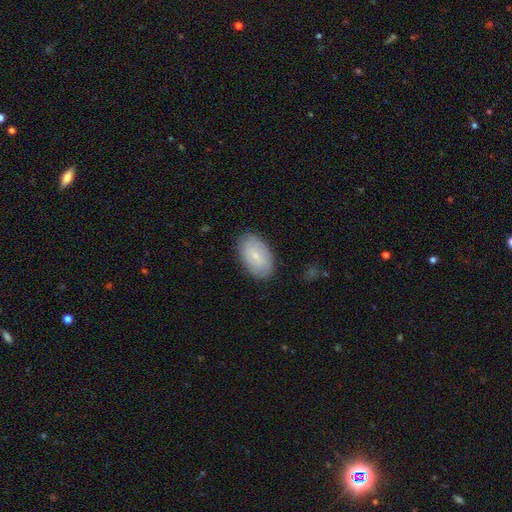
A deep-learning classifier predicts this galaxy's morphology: The model was most divided on "smooth or featured": smooth: 65%, featured or disk: 28%, star or artifact: 7%. More confident: how rounded — in between (93%); merging — none (85%).